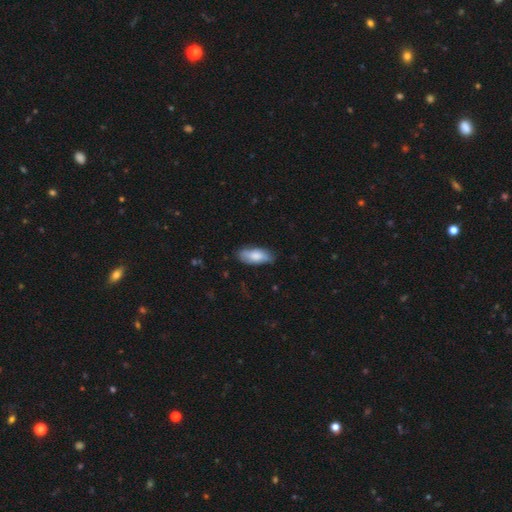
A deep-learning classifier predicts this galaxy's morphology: Smooth or featured: smooth — 77% (featured or disk — 17%)
How rounded: in between — 83% (cigar-shaped — 15%)
Merging: none — 76% (minor disturbance — 20%)